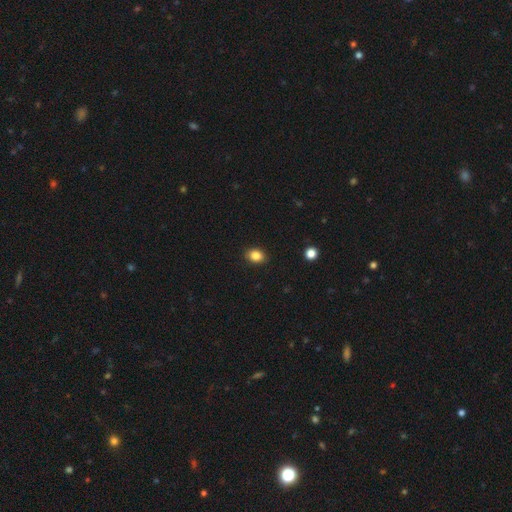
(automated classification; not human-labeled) Morphology: type=smooth (85%); roundness=in between (57%); merging=none (90%).